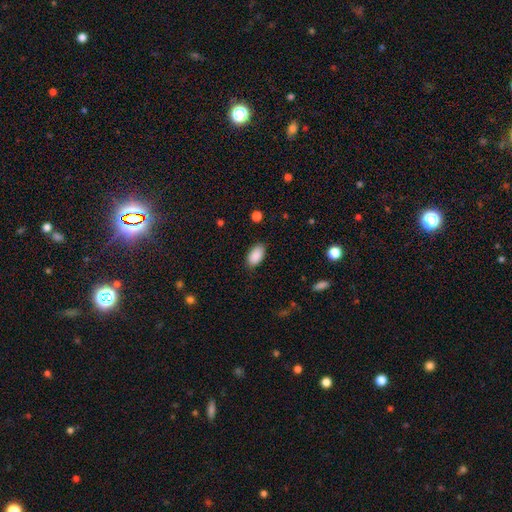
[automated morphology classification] A smooth galaxy with no disk features (90%) that is in between round and cigar-shaped (94%).

Vote fractions:
- Smooth or featured? smooth: 90% / star or artifact: 7% / featured or disk: 3%
- How rounded? in between: 94% / round: 4% / cigar-shaped: 2%
- Merging? none: 84% / minor disturbance: 12% / major disturbance: 3% / merger: 1%